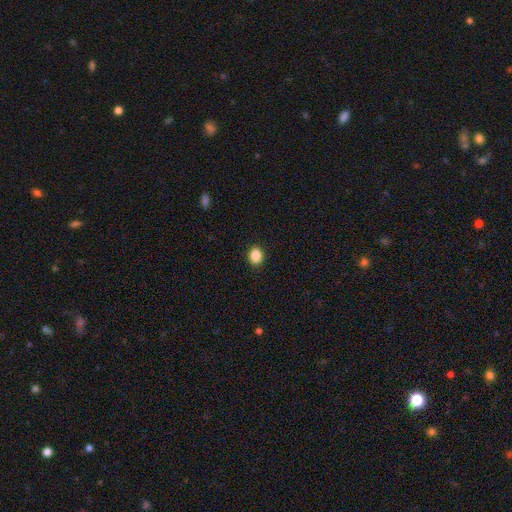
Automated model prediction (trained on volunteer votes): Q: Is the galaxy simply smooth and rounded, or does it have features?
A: smooth — 87%.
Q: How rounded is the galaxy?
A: round — 64%.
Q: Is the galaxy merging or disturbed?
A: none — 92%.